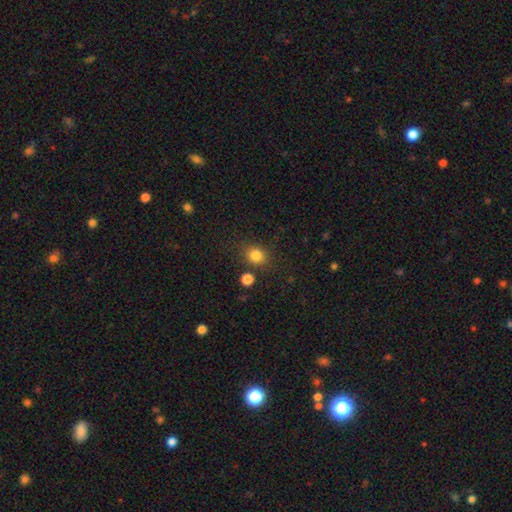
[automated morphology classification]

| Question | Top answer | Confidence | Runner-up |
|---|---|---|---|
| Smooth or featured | smooth | 83% | star or artifact (12%) |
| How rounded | round | 77% | in between (22%) |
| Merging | none | 80% | minor disturbance (10%) |